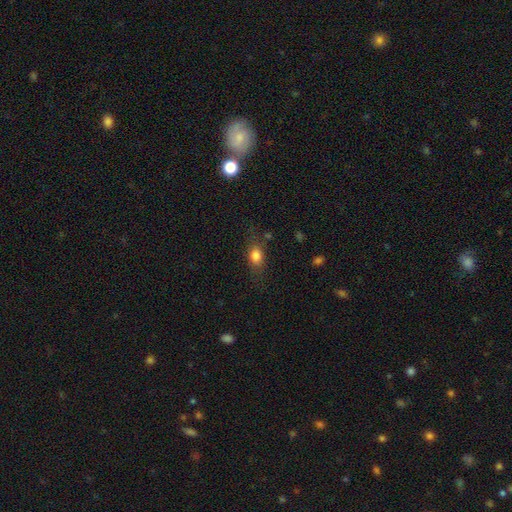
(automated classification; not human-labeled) smooth 79%, featured or disk 11%, star or artifact 10%. Down the decision tree: how rounded — in between (66%); merging — none (70%).